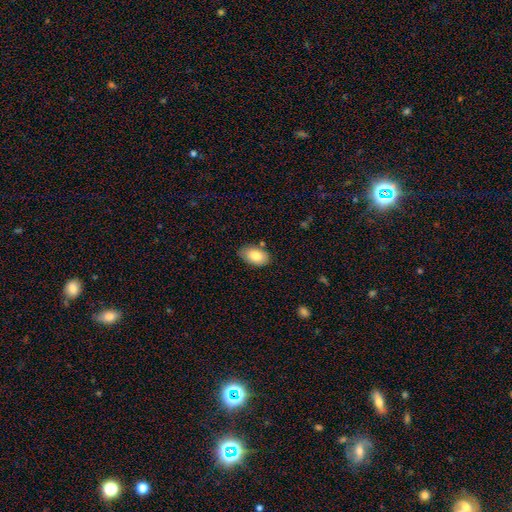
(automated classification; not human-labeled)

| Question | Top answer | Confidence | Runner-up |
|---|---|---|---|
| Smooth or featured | smooth | 81% | featured or disk (12%) |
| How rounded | in between | 93% | round (6%) |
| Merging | none | 77% | minor disturbance (17%) |